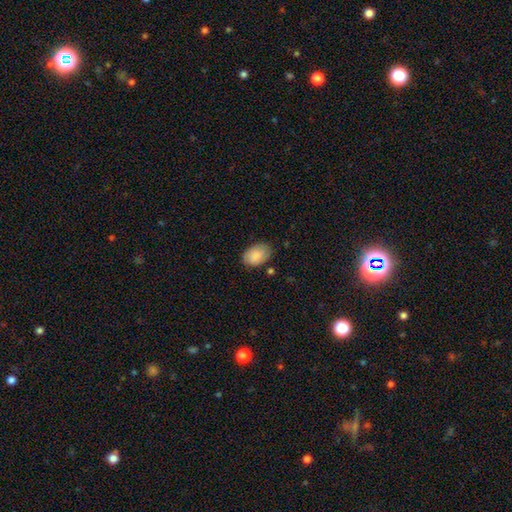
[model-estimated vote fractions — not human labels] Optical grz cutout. It shows a smooth galaxy with no disk features (86%) that is in between round and cigar-shaped (89%). Merging: none (76%).